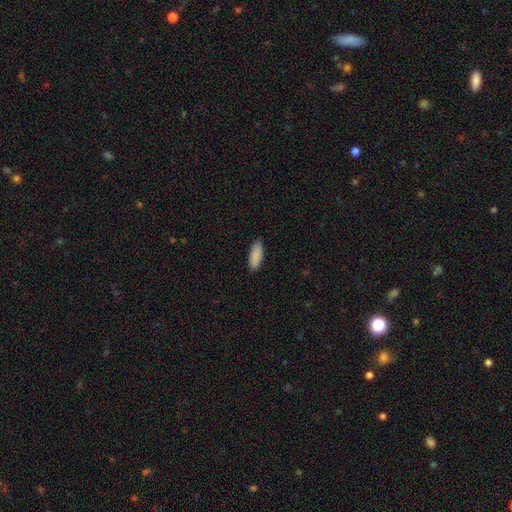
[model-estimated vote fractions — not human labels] This appears to be a smooth galaxy with no disk features (90%) that is in between round and cigar-shaped (74%). Merging: none (89%).